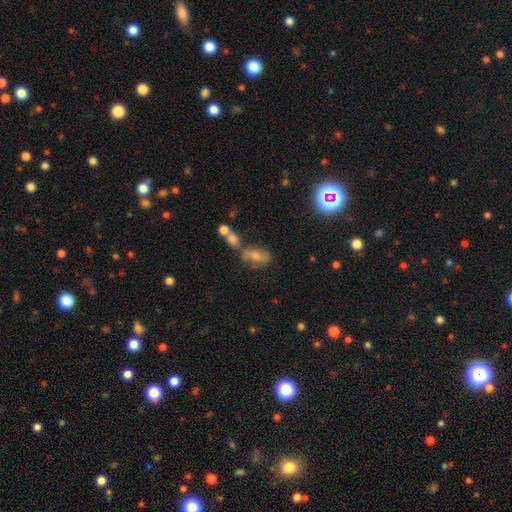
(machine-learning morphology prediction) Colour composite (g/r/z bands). It shows a smooth galaxy with no disk features (66%) that is in between round and cigar-shaped (84%). Merging: none (46%).